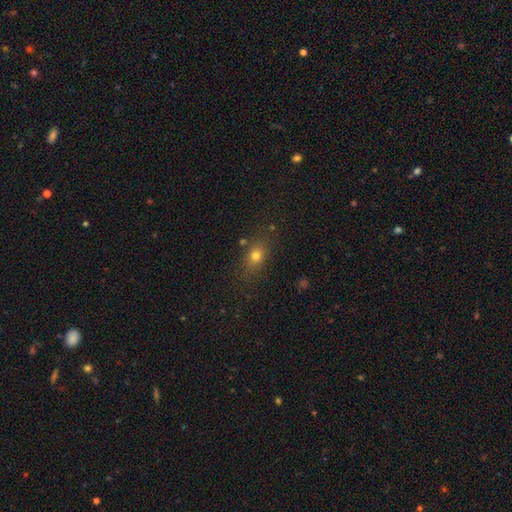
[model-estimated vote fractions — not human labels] smooth 73%, star or artifact 15%, featured or disk 12%. Down the decision tree: how rounded — in between (61%); merging — none (77%).